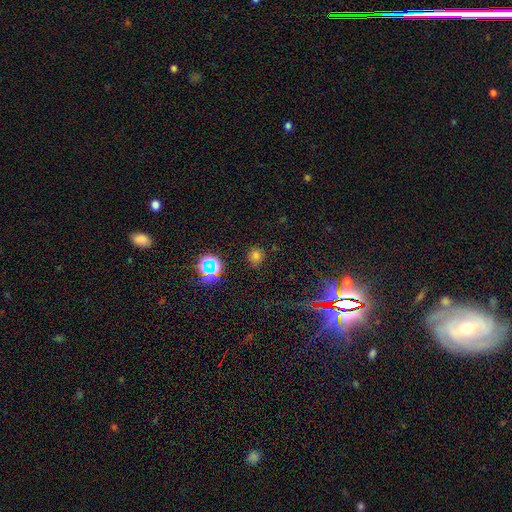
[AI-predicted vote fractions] A smooth galaxy with no disk features (69%) that is round (85%).

Vote fractions:
- Smooth or featured? smooth: 69% / star or artifact: 26% / featured or disk: 6%
- How rounded? round: 85% / in between: 14% / cigar-shaped: 1%
- Merging? none: 83% / minor disturbance: 11% / major disturbance: 4% / merger: 2%